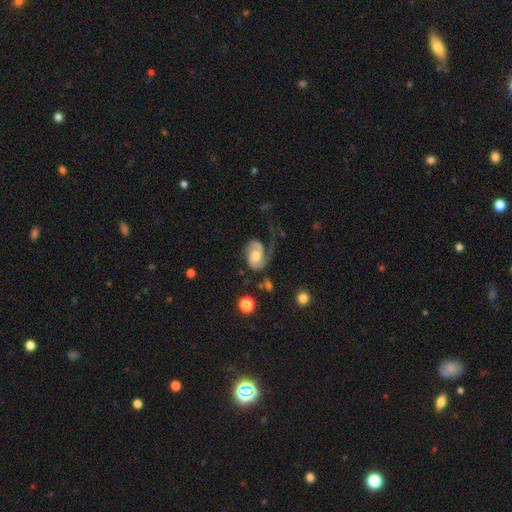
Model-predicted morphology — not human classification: Overall: featured or disk (74%). Edge-on disk: no (97%). Bar: no (65%; weak 29%). Spiral arms: yes (93%). Spiral arm count: 2 (57%; 1 33%). Spiral winding: medium (42%; tight 29%). Bulge size: moderate (60%). Merging: none (41%; major disturbance 33%).